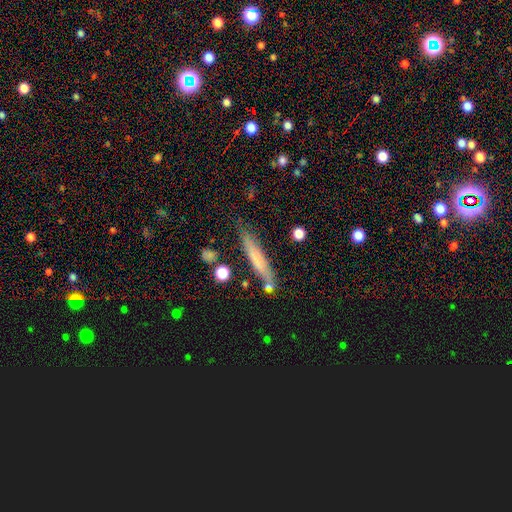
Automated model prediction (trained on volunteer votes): This is likely a smooth galaxy (64%). How rounded: clearly cigar-shaped (91%). Merging: likely none (79%).